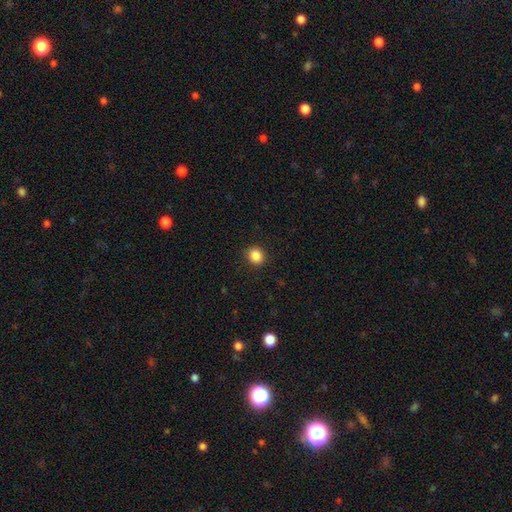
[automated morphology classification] type=smooth (86%); roundness=round (74%); merging=none (90%).